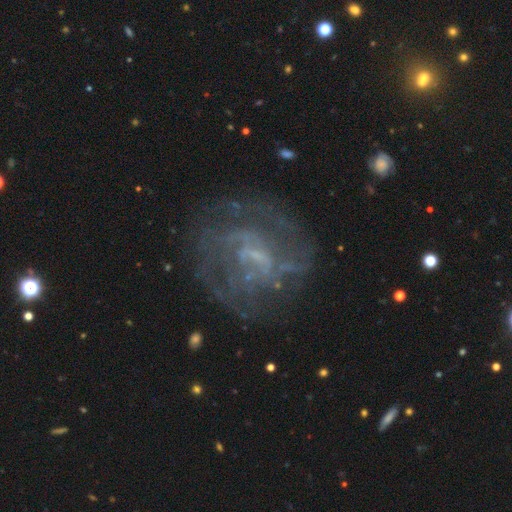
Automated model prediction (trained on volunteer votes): smooth-or-featured: featured or disk: 77% | star or artifact: 12% | smooth: 11%
  disk-edge-on: no: 97% | yes: 3%
    bar: weak: 47% | no: 39% | strong: 14%
    has-spiral-arms: yes: 71% | no: 29%
      spiral-winding: tight: 41% | medium: 38% | loose: 21%
      spiral-arm-count: can't tell: 50% | 2: 21% | 3: 11% | 1: 6% | 4: 6% | more than 4: 5%
    bulge-size: small: 49% | none: 35% | moderate: 14% | large: 2% | dominant: 1%
  merging: none: 66% | major disturbance: 16% | minor disturbance: 15% | merger: 2%